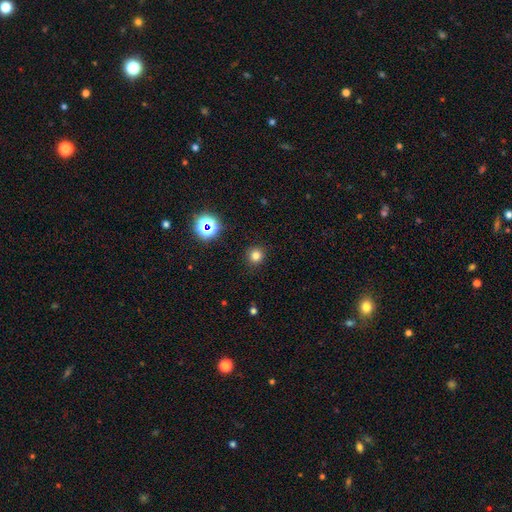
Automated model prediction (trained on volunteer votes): Q: Smooth or featured?
A: smooth (76%); runner-up: star or artifact (18%)
Q: How rounded?
A: round (93%); runner-up: in between (7%)
Q: Merging?
A: none (90%); runner-up: minor disturbance (6%)